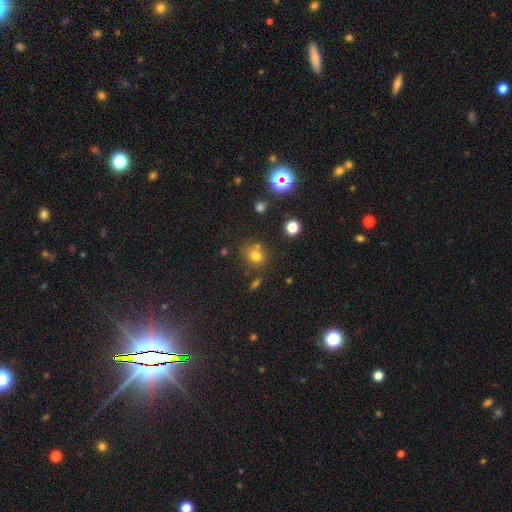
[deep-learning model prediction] This appears to be a smooth galaxy with no disk features (73%) that is round (70%). Merging: none (65%).